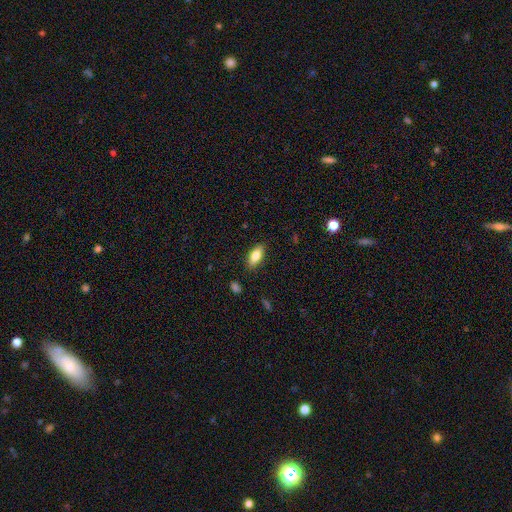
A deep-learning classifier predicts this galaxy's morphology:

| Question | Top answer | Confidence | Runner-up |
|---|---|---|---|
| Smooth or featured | smooth | 77% | featured or disk (16%) |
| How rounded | in between | 81% | cigar-shaped (16%) |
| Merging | none | 86% | minor disturbance (10%) |